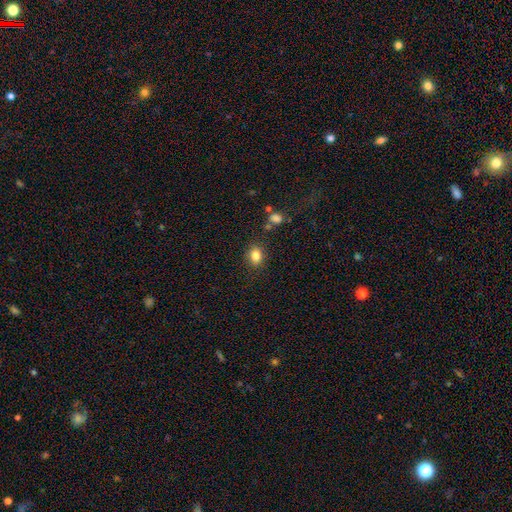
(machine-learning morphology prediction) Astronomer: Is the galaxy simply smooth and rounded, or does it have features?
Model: smooth — 84%.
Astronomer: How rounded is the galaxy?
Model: in between — 61% (runner-up: round, 38%).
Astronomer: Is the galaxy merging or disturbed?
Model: none — 83%.